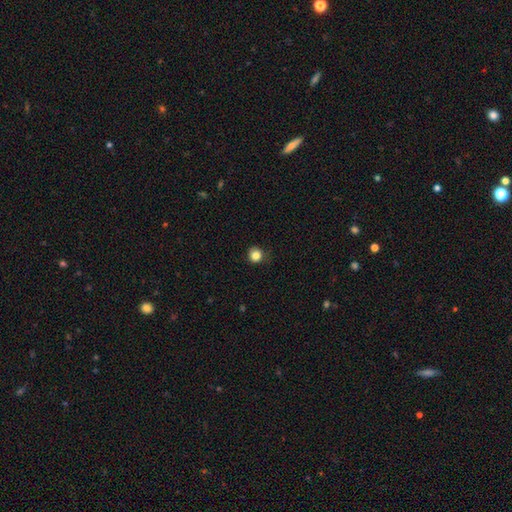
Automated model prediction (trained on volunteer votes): smooth_or_featured: smooth (p=0.84) [alt: star or artifact p=0.11]
how_rounded: round (p=0.91) [alt: in between p=0.08]
merging: none (p=0.83) [alt: minor disturbance p=0.13]